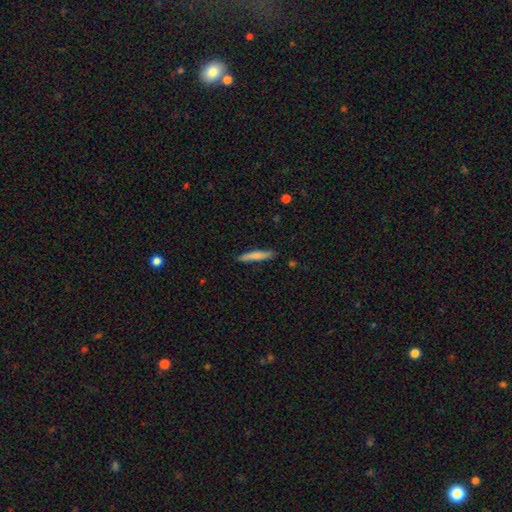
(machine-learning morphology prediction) smooth-or-featured: smooth: 77% | featured or disk: 18% | star or artifact: 6%
  how-rounded: cigar-shaped: 92% | in between: 7% | round: 1%
  merging: none: 88% | minor disturbance: 9% | major disturbance: 2% | merger: 1%